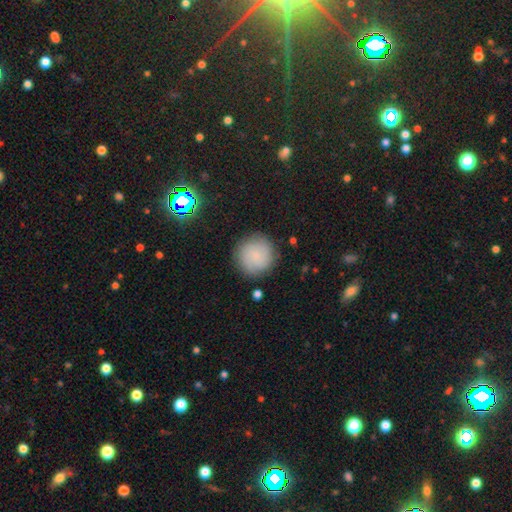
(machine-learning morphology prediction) smooth-or-featured: smooth: 79% | featured or disk: 12% | star or artifact: 9%
  how-rounded: round: 94% | in between: 5% | cigar-shaped: 1%
  merging: none: 85% | minor disturbance: 10% | major disturbance: 3% | merger: 2%